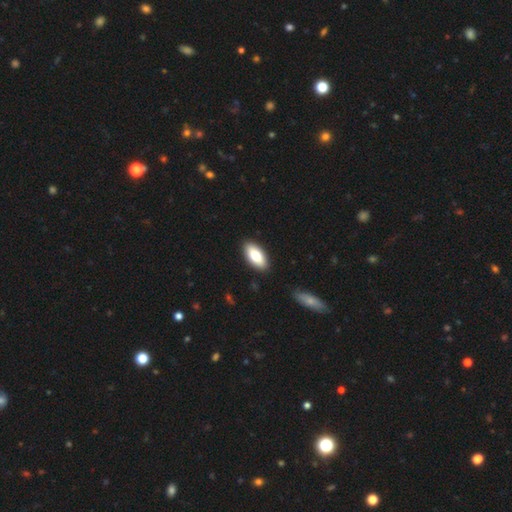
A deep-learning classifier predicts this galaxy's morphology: type=smooth (77%); roundness=in between (88%); merging=none (89%).